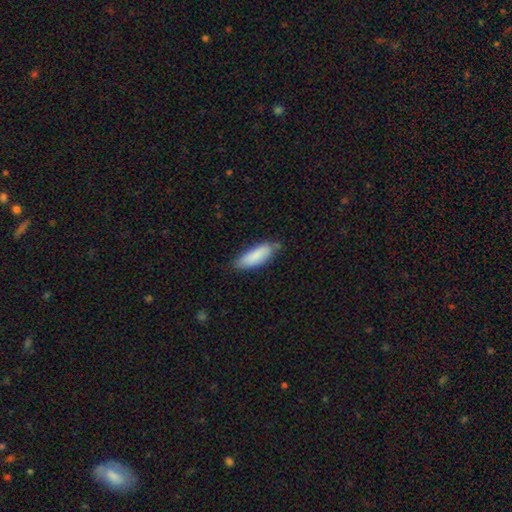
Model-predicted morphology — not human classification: A smooth galaxy with no disk features (85%) that is in between round and cigar-shaped (66%). Merging: none (71%).